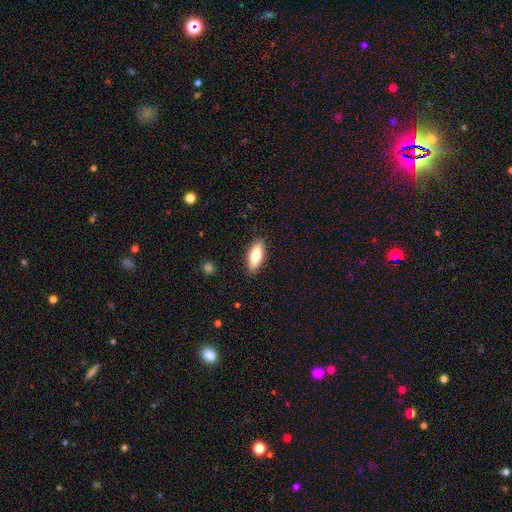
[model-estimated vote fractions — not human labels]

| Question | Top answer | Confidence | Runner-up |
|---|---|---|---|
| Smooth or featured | smooth | 75% | featured or disk (18%) |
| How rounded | in between | 80% | cigar-shaped (17%) |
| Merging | none | 87% | minor disturbance (9%) |